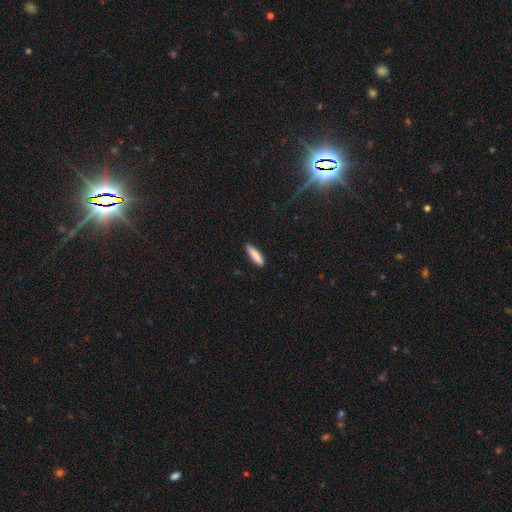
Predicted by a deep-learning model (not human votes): Smooth or featured?
  - smooth: 85% *
  - featured or disk: 9%
  - star or artifact: 6%
How rounded?
  - cigar-shaped: 71% *
  - in between: 28%
  - round: 1%
Merging?
  - none: 87% *
  - minor disturbance: 10%
  - major disturbance: 2%
  - merger: 1%